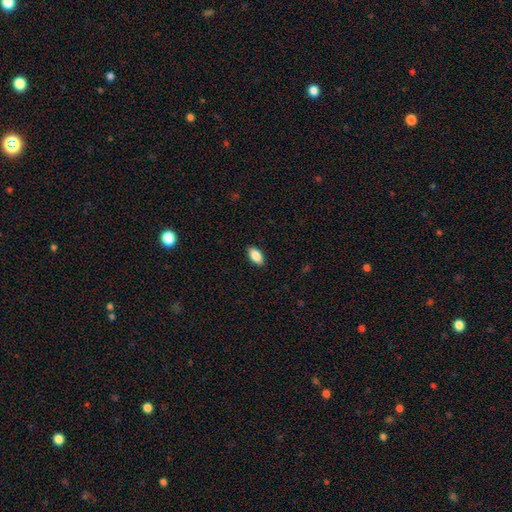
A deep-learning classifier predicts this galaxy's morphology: smooth-or-featured: smooth: 87% | star or artifact: 7% | featured or disk: 6%
  how-rounded: in between: 92% | cigar-shaped: 5% | round: 3%
  merging: none: 89% | minor disturbance: 8% | major disturbance: 2% | merger: 1%